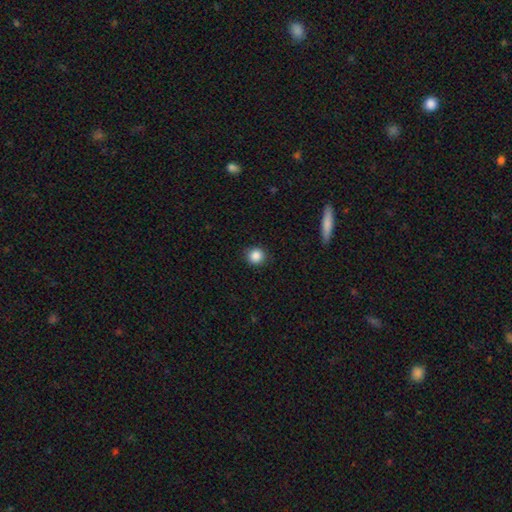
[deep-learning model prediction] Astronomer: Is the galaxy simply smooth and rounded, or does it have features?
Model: smooth — 87%.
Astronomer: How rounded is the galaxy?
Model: round — 93%.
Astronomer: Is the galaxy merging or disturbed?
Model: none — 91%.